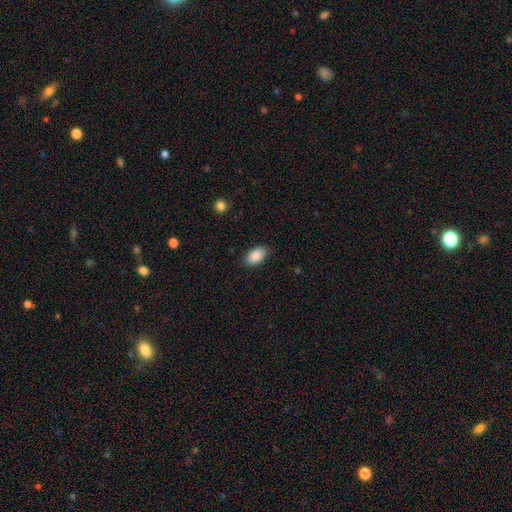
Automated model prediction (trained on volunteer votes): smooth-or-featured: smooth: 88% | star or artifact: 7% | featured or disk: 5%
  how-rounded: in between: 93% | round: 5% | cigar-shaped: 2%
  merging: none: 85% | minor disturbance: 11% | major disturbance: 3% | merger: 1%